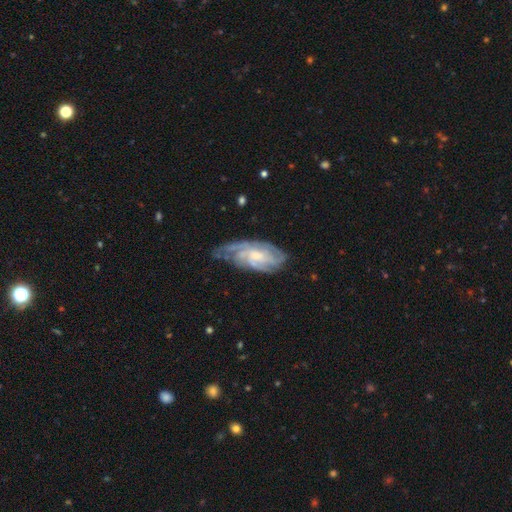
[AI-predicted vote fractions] smooth_or_featured: featured or disk (p=0.80) [alt: smooth p=0.13]
disk_edge_on: no (p=0.93) [alt: yes p=0.07]
bar: no (p=0.55) [alt: weak p=0.37]
has_spiral_arms: yes (p=0.94) [alt: no p=0.06]
spiral_winding: tight (p=0.58) [alt: medium p=0.34]
spiral_arm_count: can't tell (p=0.36) [alt: 3 p=0.23]
bulge_size: moderate (p=0.42) [tied with: small p=0.42]
merging: none (p=0.57) [alt: minor disturbance p=0.28]